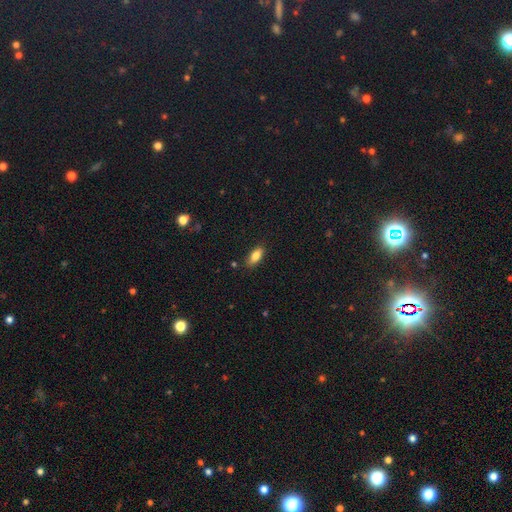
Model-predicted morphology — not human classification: This appears to be a smooth galaxy with no disk features (83%) that is in between round and cigar-shaped (82%). Merging: none (84%).